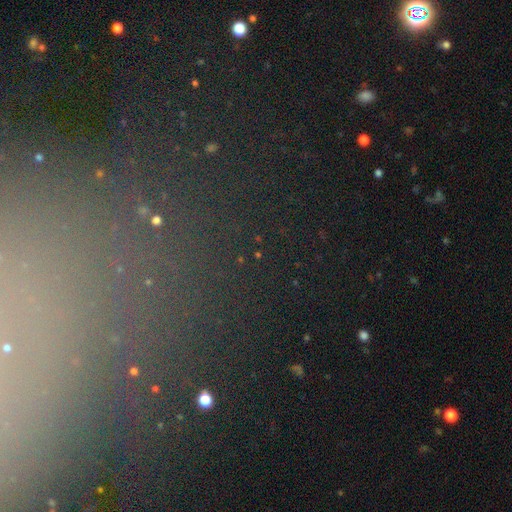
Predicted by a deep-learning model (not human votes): Smooth or featured? Predicted: star or artifact (p=0.73).